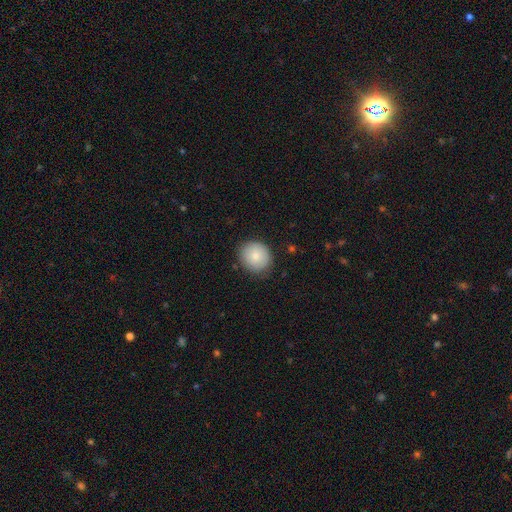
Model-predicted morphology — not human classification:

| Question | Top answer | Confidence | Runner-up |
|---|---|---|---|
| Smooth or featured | smooth | 83% | featured or disk (9%) |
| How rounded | round | 85% | in between (15%) |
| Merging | none | 84% | minor disturbance (12%) |